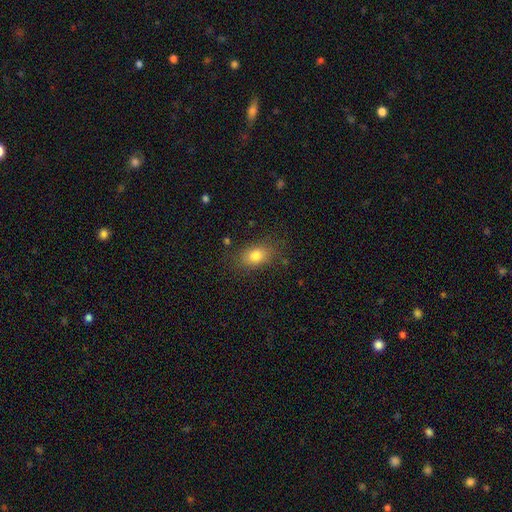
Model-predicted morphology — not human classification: This appears to be a smooth galaxy with no disk features (81%) that is in between round and cigar-shaped (76%). Merging: none (80%).